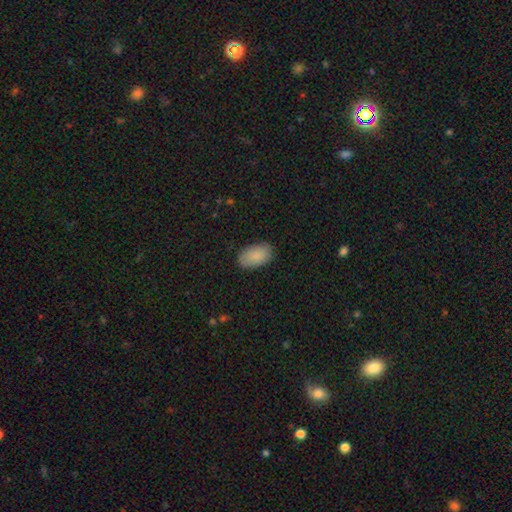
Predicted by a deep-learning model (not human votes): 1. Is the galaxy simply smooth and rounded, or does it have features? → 89% smooth, 6% star or artifact, 5% featured or disk.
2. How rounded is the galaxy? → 93% in between, 6% round, 1% cigar-shaped.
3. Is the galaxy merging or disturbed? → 85% none, 12% minor disturbance, 2% major disturbance, 1% merger.